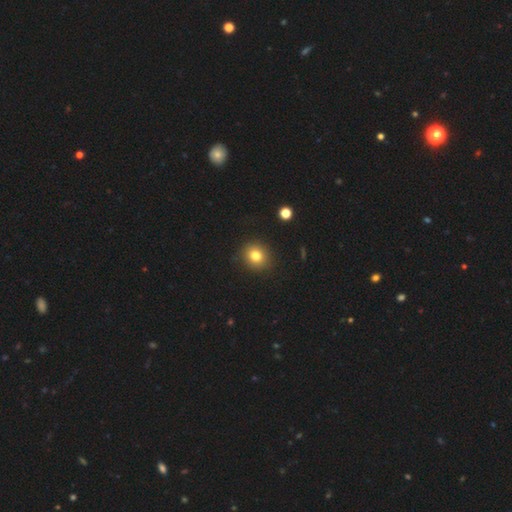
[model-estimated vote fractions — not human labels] smooth 80%, star or artifact 12%, featured or disk 8%. Down the decision tree: how rounded — round (80%); merging — none (90%).